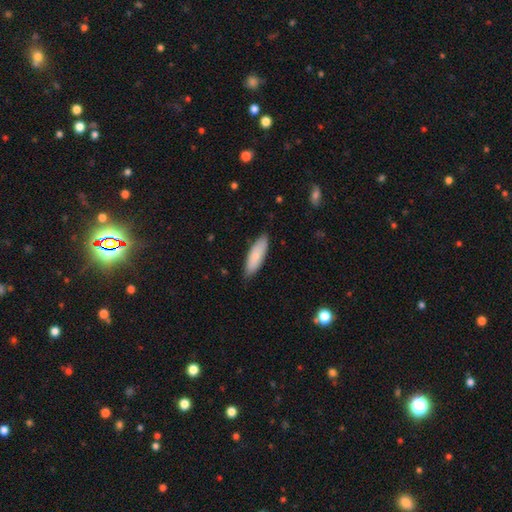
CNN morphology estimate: Smooth or featured? Predicted: smooth (p=0.85). How rounded? Predicted: in between (p=0.52). Merging? Predicted: none (p=0.84).